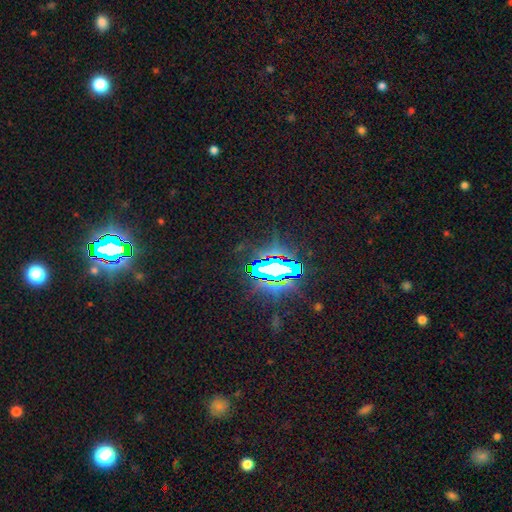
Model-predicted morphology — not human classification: smooth_or_featured: star or artifact (p=0.81) [alt: smooth p=0.11]